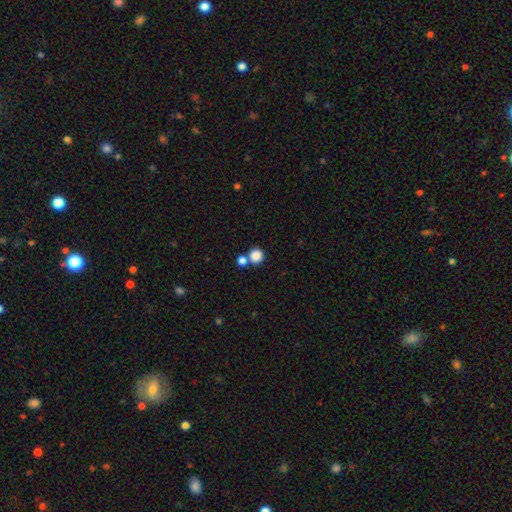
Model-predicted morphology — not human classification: smooth 85%, star or artifact 10%, featured or disk 5%. Down the decision tree: how rounded — round (92%); merging — none (64%).